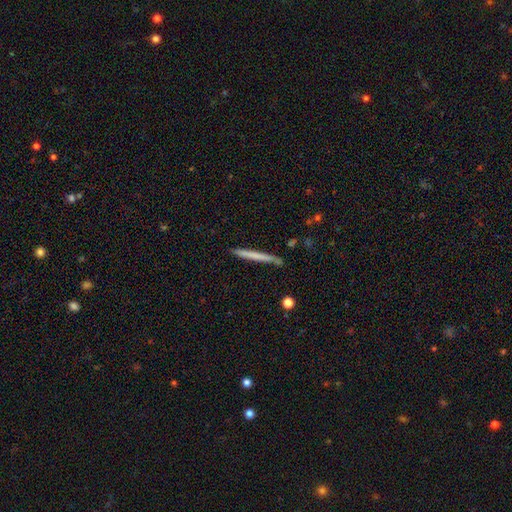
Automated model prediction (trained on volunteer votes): smooth 61%, featured or disk 34%, star or artifact 5%. Down the decision tree: how rounded — cigar-shaped (97%); merging — none (84%).